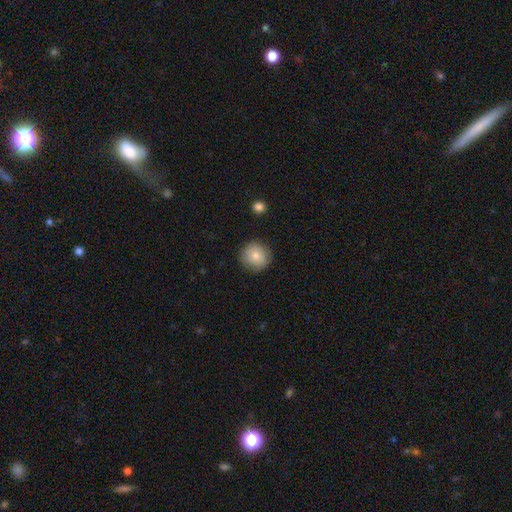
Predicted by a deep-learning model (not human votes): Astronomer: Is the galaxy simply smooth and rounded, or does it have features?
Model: smooth — 80%.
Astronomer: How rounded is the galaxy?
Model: round — 93%.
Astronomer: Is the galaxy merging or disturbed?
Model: none — 86%.